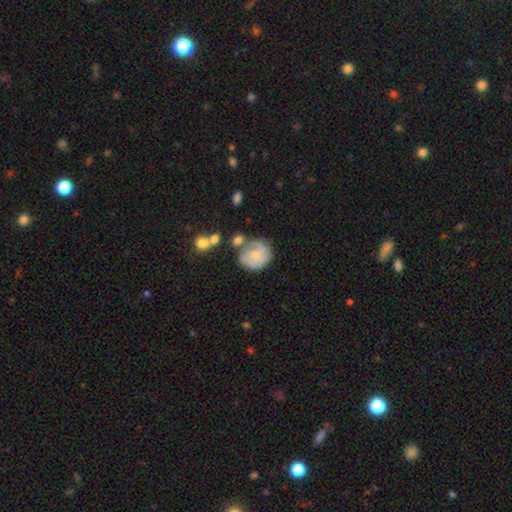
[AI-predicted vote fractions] Smooth or featured? smooth (47%)
Merging? none (54%)